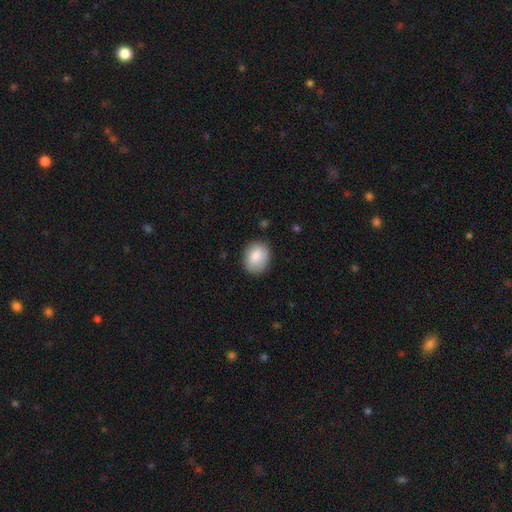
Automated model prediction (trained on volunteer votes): Q: Smooth or featured?
A: smooth (85%); runner-up: featured or disk (8%)
Q: How rounded?
A: in between (53%); runner-up: round (47%)
Q: Merging?
A: none (82%); runner-up: minor disturbance (14%)